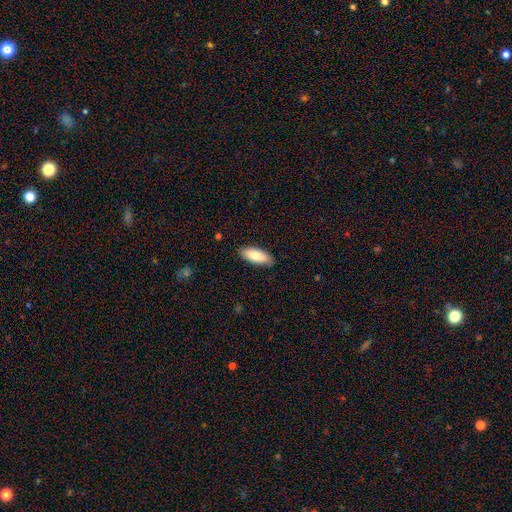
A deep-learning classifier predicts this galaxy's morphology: Smooth or featured? smooth (83%)
How rounded? in between (80%)
Merging? none (84%)